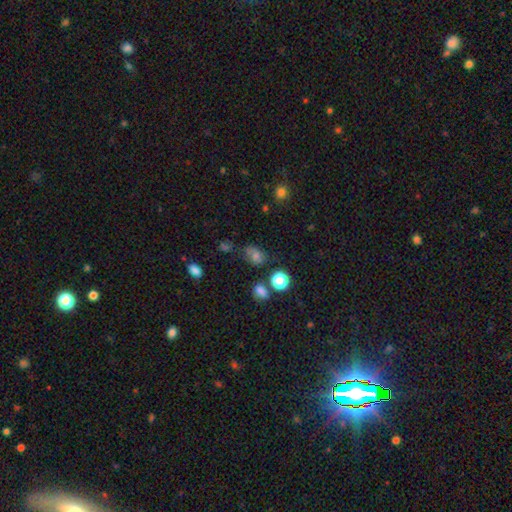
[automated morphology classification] smooth_or_featured: smooth (p=0.64) [alt: star or artifact p=0.23]
how_rounded: in between (p=0.53) [alt: round p=0.45]
merging: none (p=0.56) [alt: minor disturbance p=0.24]